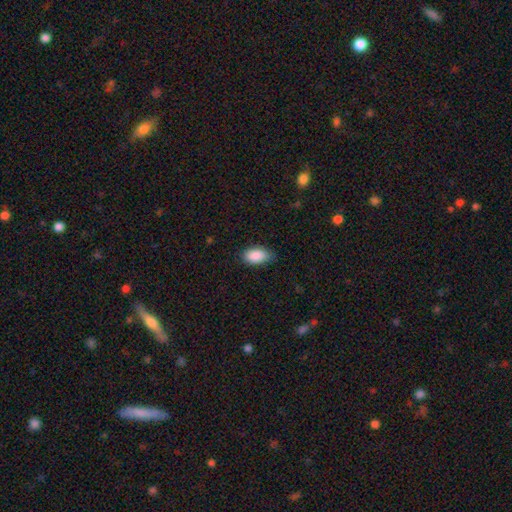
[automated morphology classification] Smooth or featured?
  - smooth: 90% *
  - star or artifact: 7%
  - featured or disk: 4%
How rounded?
  - in between: 93% *
  - round: 5%
  - cigar-shaped: 2%
Merging?
  - none: 77% *
  - minor disturbance: 18%
  - major disturbance: 3%
  - merger: 1%